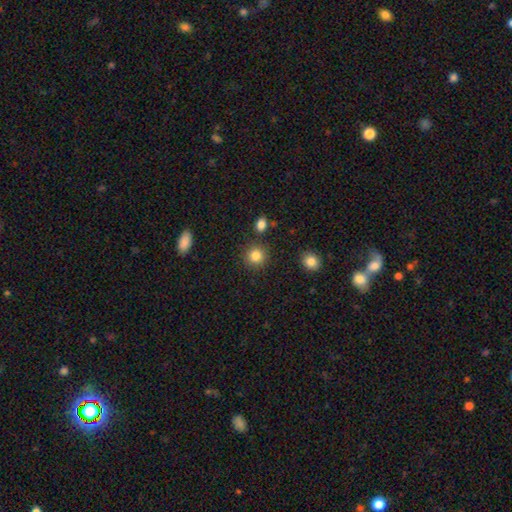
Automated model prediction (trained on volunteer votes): A smooth galaxy with no disk features (86%) that is round (91%). Merging: none (87%).